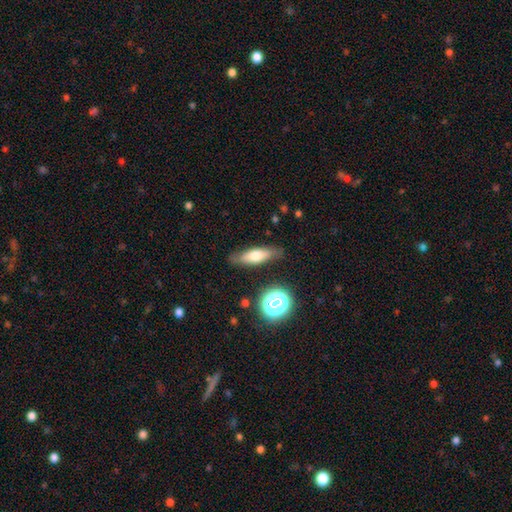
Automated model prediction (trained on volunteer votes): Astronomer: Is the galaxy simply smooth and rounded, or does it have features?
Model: smooth — 60%.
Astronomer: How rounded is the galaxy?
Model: cigar-shaped — 49% (runner-up: in between, 47%).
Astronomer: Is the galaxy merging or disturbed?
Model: none — 79%.